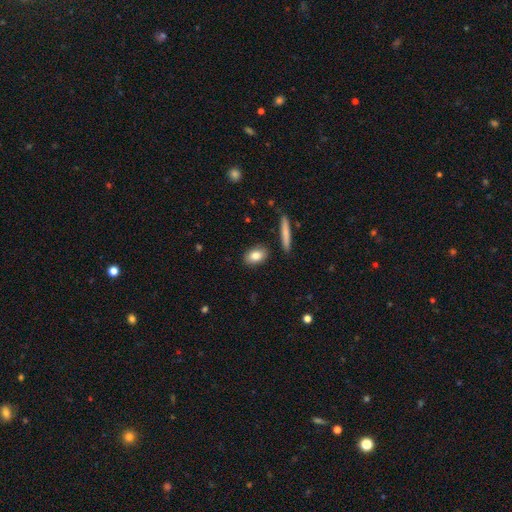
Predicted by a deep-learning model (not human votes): smooth-or-featured: smooth: 81% | featured or disk: 12% | star or artifact: 7%
  how-rounded: in between: 82% | round: 12% | cigar-shaped: 6%
  merging: none: 87% | minor disturbance: 8% | merger: 3% | major disturbance: 2%